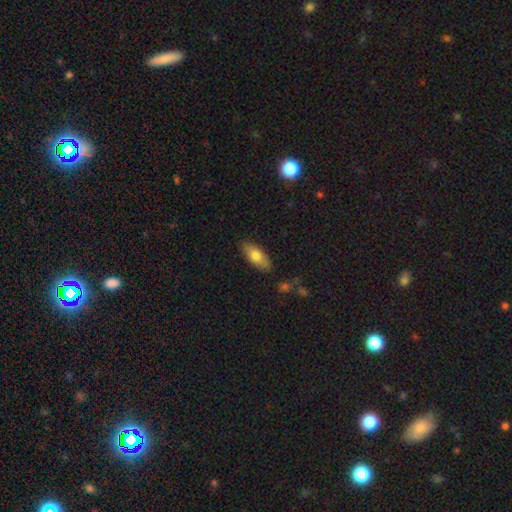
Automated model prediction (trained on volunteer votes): Smooth or featured? smooth (74%)
How rounded? in between (79%)
Merging? none (83%)